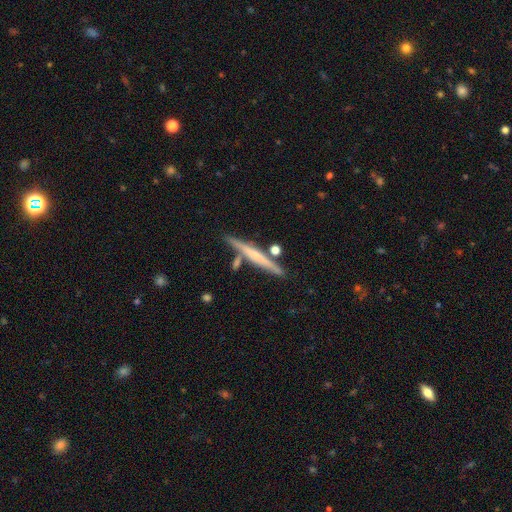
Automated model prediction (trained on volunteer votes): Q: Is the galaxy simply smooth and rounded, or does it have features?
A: featured or disk — 53%.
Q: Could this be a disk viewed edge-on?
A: yes — 97%.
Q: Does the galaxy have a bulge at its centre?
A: none — 59%.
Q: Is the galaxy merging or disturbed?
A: none — 78%.